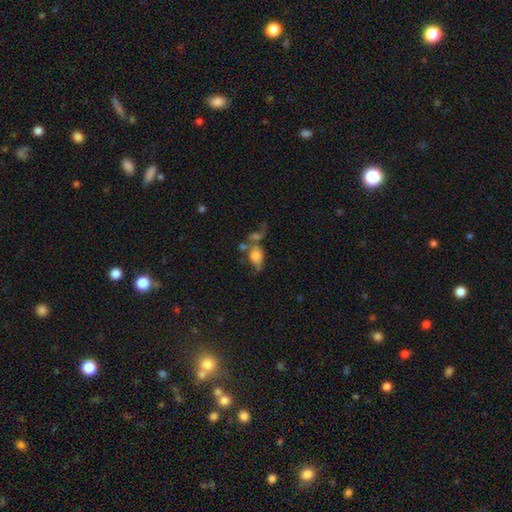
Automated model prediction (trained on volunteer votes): Smooth or featured?
  - smooth: 59% *
  - featured or disk: 30%
  - star or artifact: 11%
How rounded?
  - in between: 72% *
  - round: 25%
  - cigar-shaped: 3%
Merging?
  - merger: 41% *
  - major disturbance: 24%
  - none: 21%
  - minor disturbance: 14%